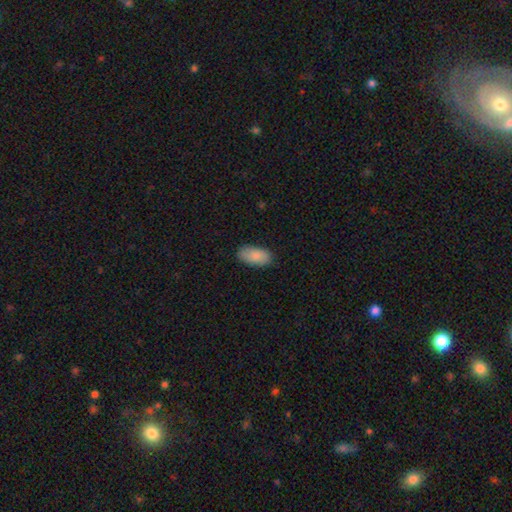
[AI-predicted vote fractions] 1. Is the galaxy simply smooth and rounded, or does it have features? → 86% smooth, 8% featured or disk, 6% star or artifact.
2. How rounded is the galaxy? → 94% in between, 3% cigar-shaped, 3% round.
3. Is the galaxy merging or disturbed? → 84% none, 12% minor disturbance, 2% major disturbance, 1% merger.